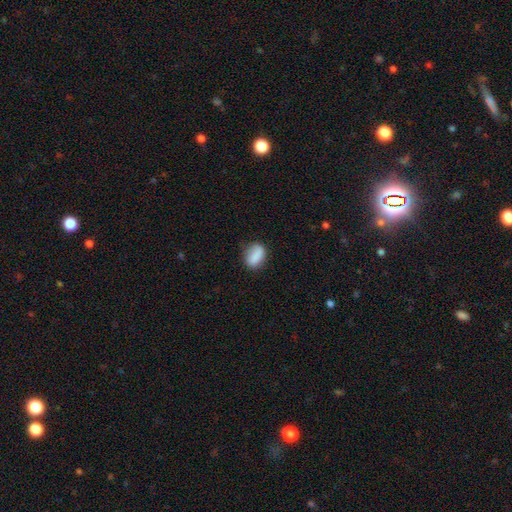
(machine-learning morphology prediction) This appears to be a smooth galaxy with no disk features (84%) that is in between round and cigar-shaped (77%). Merging: none (73%).